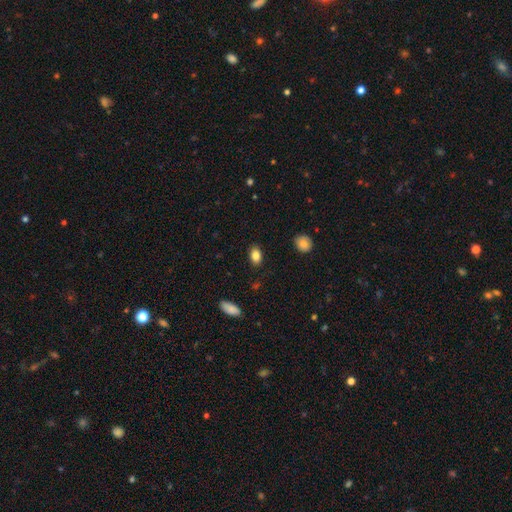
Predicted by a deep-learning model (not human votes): Overall: smooth (84%). How rounded: in between (86%). Merging: none (87%).